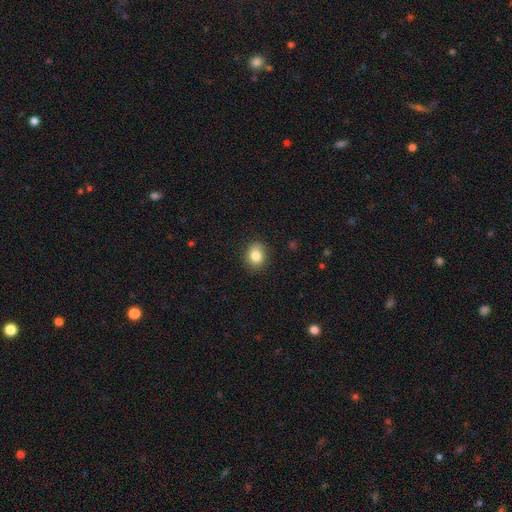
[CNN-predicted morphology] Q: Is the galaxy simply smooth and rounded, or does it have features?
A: smooth — 83%.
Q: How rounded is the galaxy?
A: round — 59%.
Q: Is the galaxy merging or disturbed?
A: none — 86%.